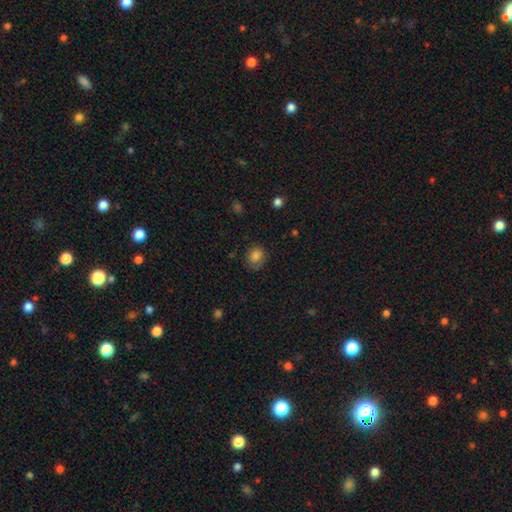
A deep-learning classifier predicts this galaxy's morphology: A smooth galaxy with no disk features (82%) that is round (66%).

Vote fractions:
- Smooth or featured? smooth: 82% / star or artifact: 10% / featured or disk: 8%
- How rounded? round: 66% / in between: 33% / cigar-shaped: 1%
- Merging? none: 76% / minor disturbance: 18% / major disturbance: 5% / merger: 1%